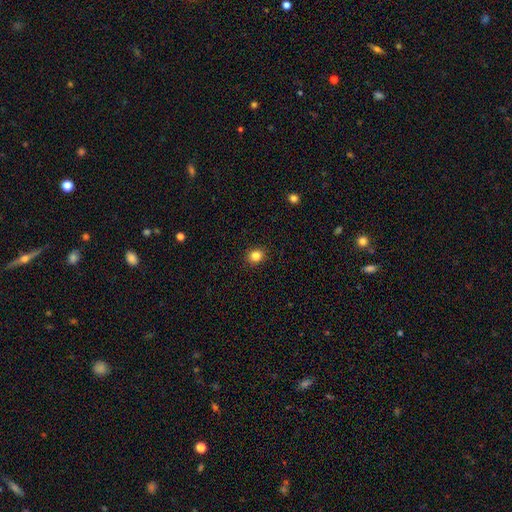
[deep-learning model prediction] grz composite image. It shows a smooth galaxy with no disk features (84%) that is round (76%). Merging: none (91%).